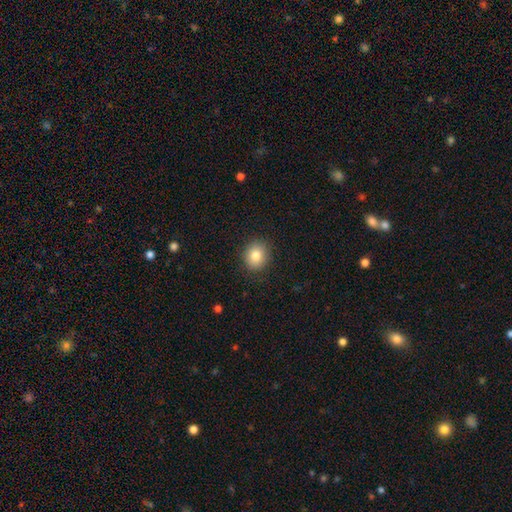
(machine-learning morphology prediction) Overall: smooth (83%). How rounded: round (73%). Merging: none (88%).